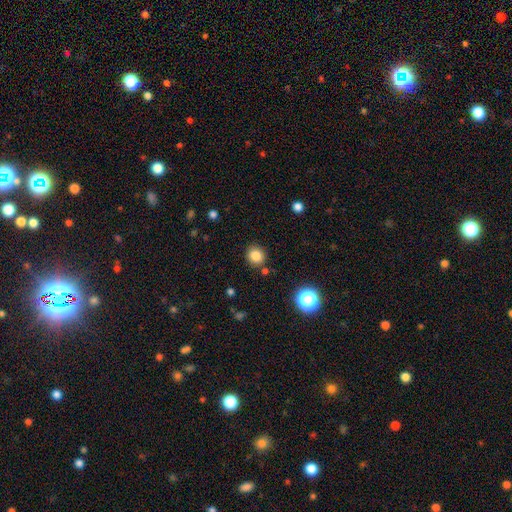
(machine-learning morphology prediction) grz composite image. It shows a smooth galaxy with no disk features (83%) that is round (85%). Merging: none (85%).